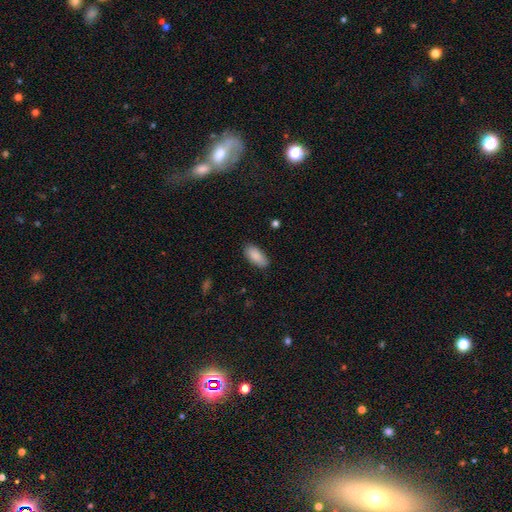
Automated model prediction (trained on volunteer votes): The model was most divided on "merging": none: 85%, minor disturbance: 12%, major disturbance: 2%, merger: 1%. More confident: how rounded — in between (91%); smooth or featured — smooth (88%).